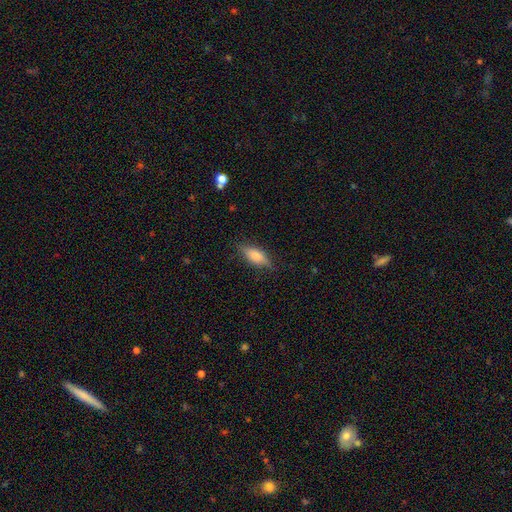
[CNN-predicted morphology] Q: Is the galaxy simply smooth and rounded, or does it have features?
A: smooth — 72%.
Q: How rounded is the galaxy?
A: in between — 74%.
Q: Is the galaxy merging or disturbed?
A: none — 77%.